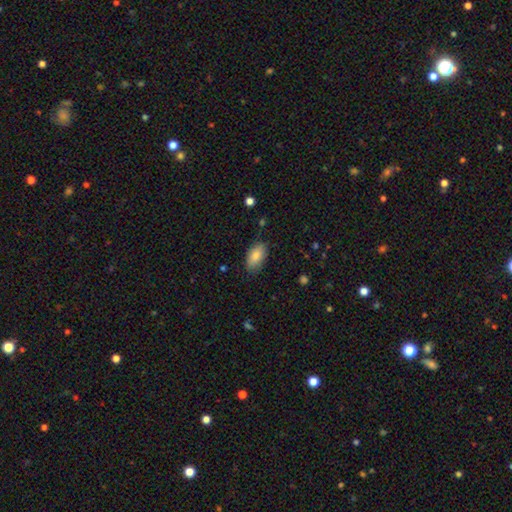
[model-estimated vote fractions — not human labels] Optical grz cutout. It shows a smooth galaxy with no disk features (83%) that is in between round and cigar-shaped (93%). Merging: none (80%).